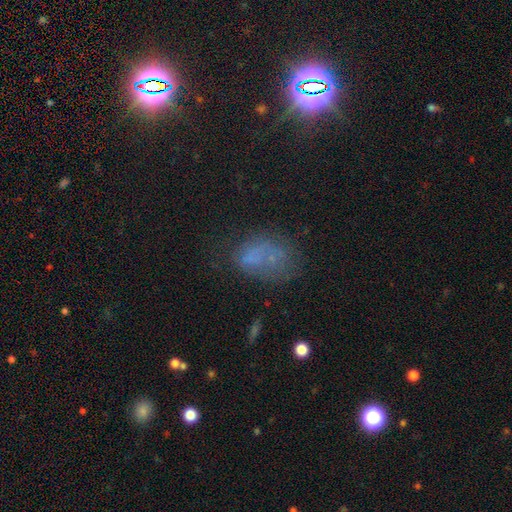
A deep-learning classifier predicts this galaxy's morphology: Smooth or featured? Predicted: smooth (p=0.52). How rounded? Predicted: in between (p=0.80). Merging? Predicted: none (p=0.42).